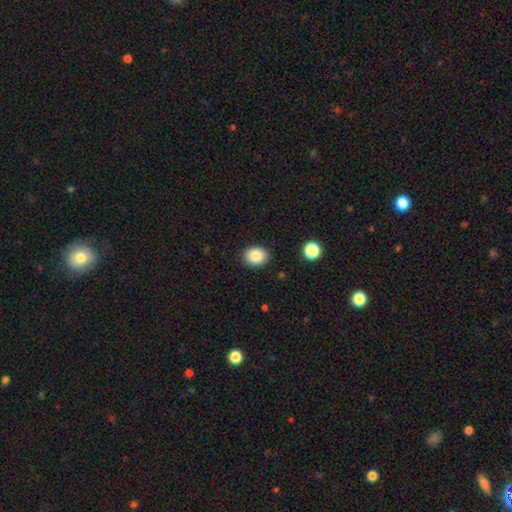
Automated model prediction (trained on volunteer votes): Smooth or featured: smooth — 87% (star or artifact — 9%)
How rounded: round — 53% (in between — 46%)
Merging: none — 89% (minor disturbance — 8%)